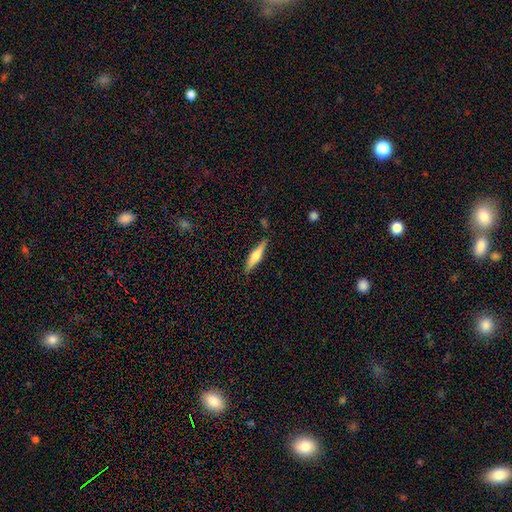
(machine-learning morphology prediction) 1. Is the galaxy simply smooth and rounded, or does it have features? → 49% smooth, 45% featured or disk, 6% star or artifact.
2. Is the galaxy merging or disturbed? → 85% none, 11% minor disturbance, 2% major disturbance, 2% merger.